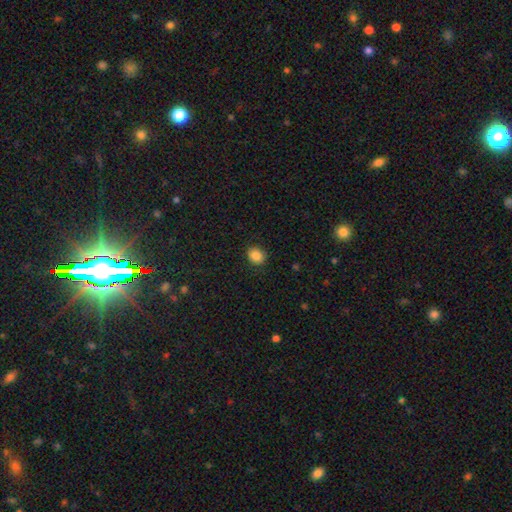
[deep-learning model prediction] Q: Smooth or featured?
A: smooth (86%); runner-up: star or artifact (10%)
Q: How rounded?
A: round (72%); runner-up: in between (27%)
Q: Merging?
A: none (89%); runner-up: minor disturbance (8%)